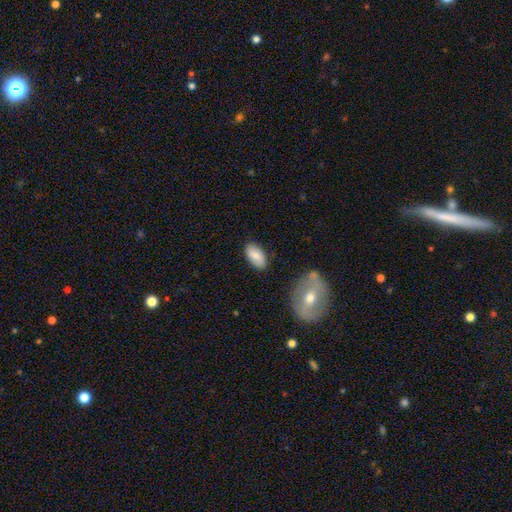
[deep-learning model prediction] This is clearly a smooth galaxy (81%). How rounded: clearly in between (94%). Merging: clearly none (82%).